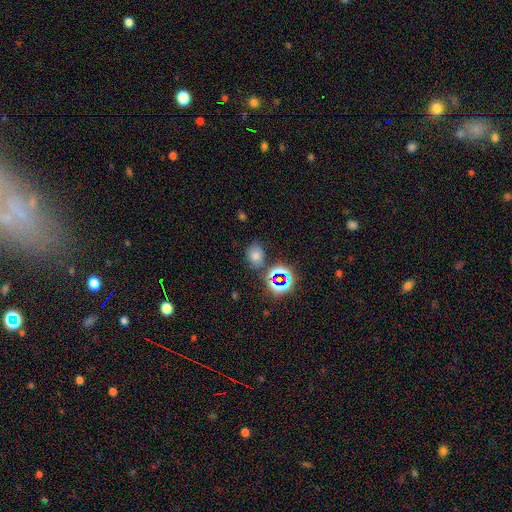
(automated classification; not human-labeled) Smooth or featured?
  - smooth: 61% *
  - star or artifact: 31%
  - featured or disk: 8%
How rounded?
  - in between: 58% *
  - round: 41%
  - cigar-shaped: 1%
Merging?
  - none: 75% *
  - minor disturbance: 13%
  - merger: 8%
  - major disturbance: 4%